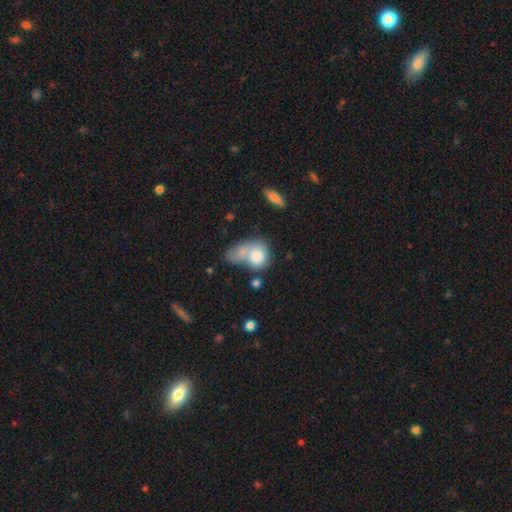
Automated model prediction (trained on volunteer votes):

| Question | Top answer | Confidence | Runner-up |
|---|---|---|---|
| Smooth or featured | smooth | 78% | featured or disk (14%) |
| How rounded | in between | 49% | tied: round (49%) |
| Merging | merger | 56% | none (20%) |